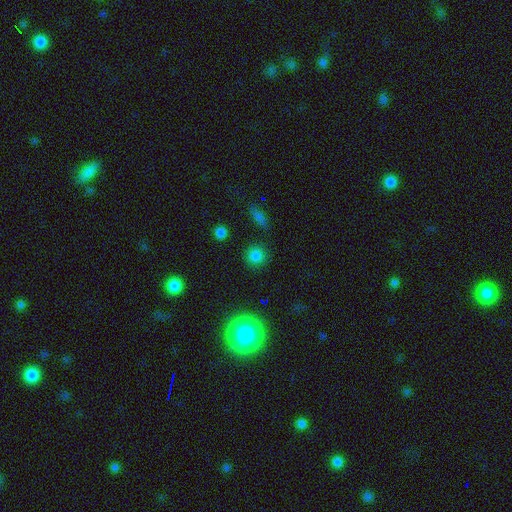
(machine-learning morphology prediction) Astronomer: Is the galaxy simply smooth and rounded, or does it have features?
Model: smooth — 79%.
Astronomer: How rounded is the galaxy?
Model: round — 92%.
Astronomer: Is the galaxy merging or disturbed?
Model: none — 89%.